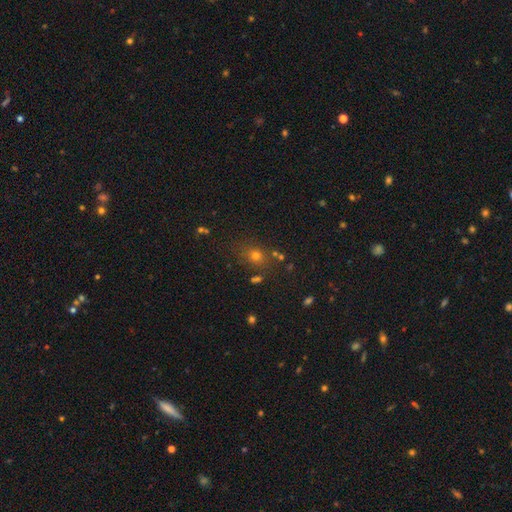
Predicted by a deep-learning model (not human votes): Morphology: type=smooth (62%); roundness=round (67%); merging=none (76%).